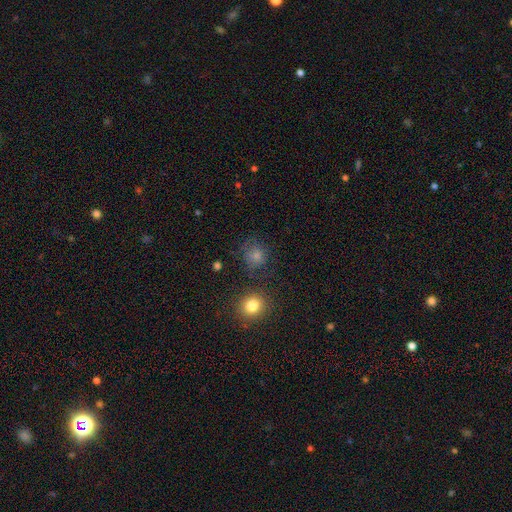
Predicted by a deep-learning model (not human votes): smooth_or_featured: smooth (p=0.78) [alt: star or artifact p=0.14]
how_rounded: round (p=0.85) [alt: in between p=0.14]
merging: none (p=0.71) [alt: minor disturbance p=0.16]